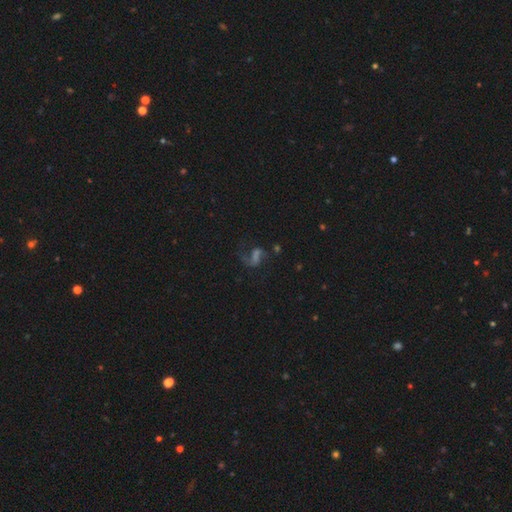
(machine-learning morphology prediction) Smooth or featured?
  - featured or disk: 54% *
  - star or artifact: 24%
  - smooth: 21%
Edge-on disk?
  - no: 95% *
  - yes: 5%
Bar?
  - no: 38% *
  - weak: 35%
  - strong: 27%
Spiral arms?
  - yes: 79% *
  - no: 21%
Bulge size?
  - none: 55% *
  - small: 22%
  - moderate: 13%
  - large: 6%
  - dominant: 3%
Merging?
  - none: 48% *
  - major disturbance: 28%
  - minor disturbance: 15%
  - merger: 8%